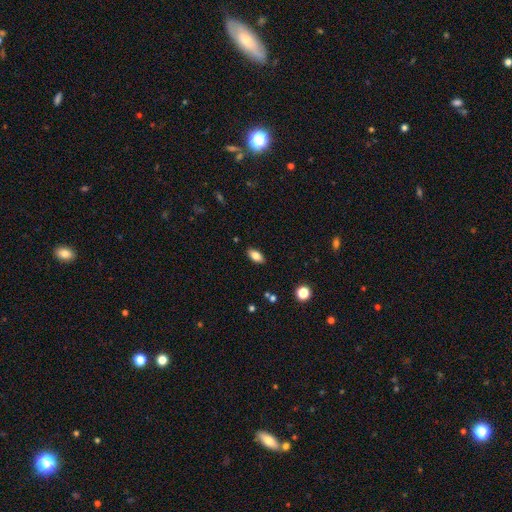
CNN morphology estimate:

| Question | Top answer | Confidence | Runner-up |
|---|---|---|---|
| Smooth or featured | smooth | 81% | featured or disk (10%) |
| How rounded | in between | 90% | cigar-shaped (6%) |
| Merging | none | 88% | minor disturbance (9%) |